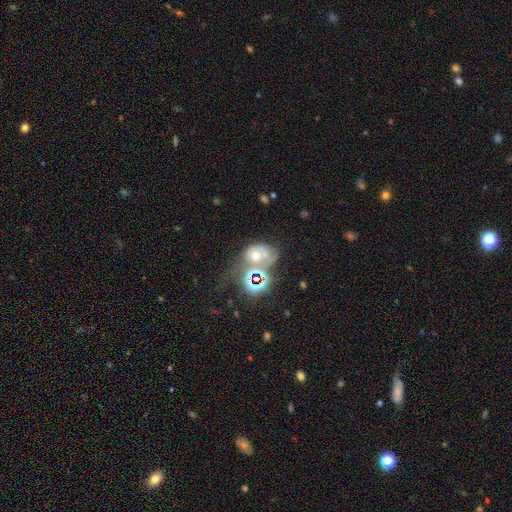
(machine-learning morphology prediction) smooth-or-featured: featured or disk: 36% | smooth: 34% | star or artifact: 30%
  merging: merger: 37% | none: 26% | major disturbance: 21% | minor disturbance: 16%